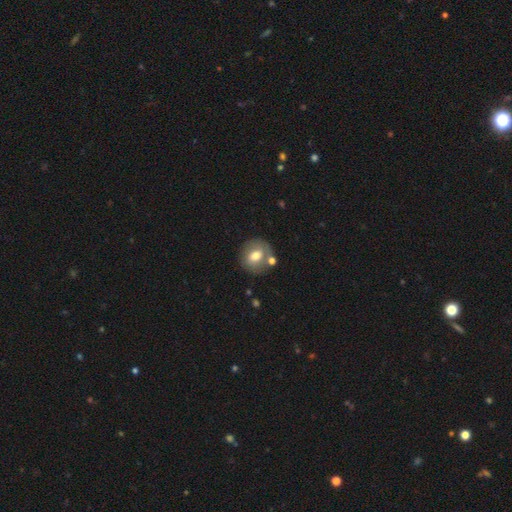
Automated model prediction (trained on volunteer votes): Smooth or featured? Predicted: smooth (p=0.65). How rounded? Predicted: round (p=0.75). Merging? Predicted: none (p=0.68).